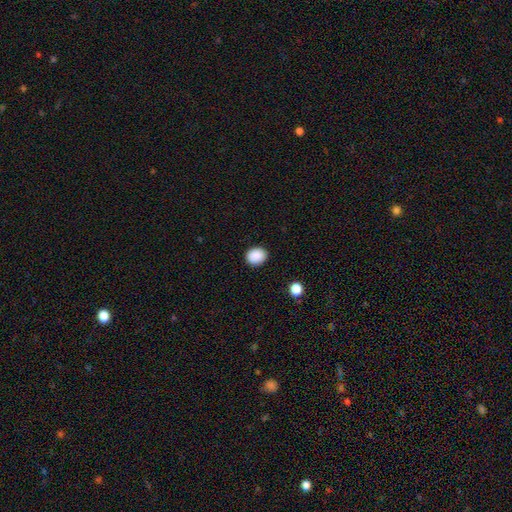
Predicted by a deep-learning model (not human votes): Smooth or featured? smooth (89%)
How rounded? round (62%)
Merging? none (90%)